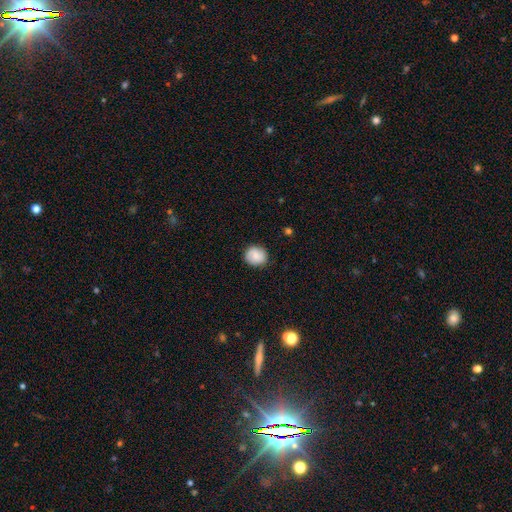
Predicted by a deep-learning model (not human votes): Q: Smooth or featured?
A: smooth (82%); runner-up: featured or disk (10%)
Q: How rounded?
A: round (78%); runner-up: in between (21%)
Q: Merging?
A: none (85%); runner-up: minor disturbance (11%)